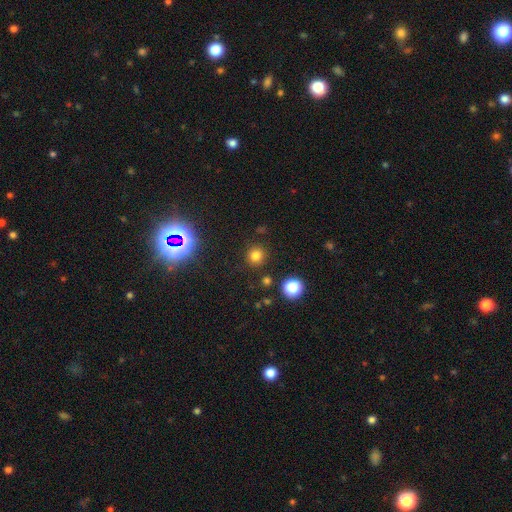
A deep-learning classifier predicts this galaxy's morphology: Overall: smooth (75%). How rounded: round (93%). Merging: none (89%).